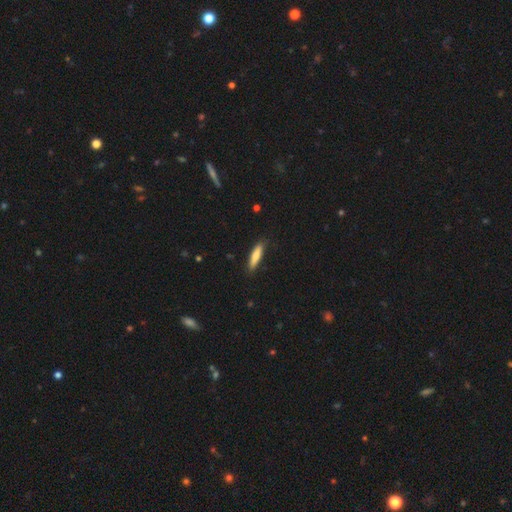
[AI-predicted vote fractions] smooth-or-featured: smooth: 76% | featured or disk: 18% | star or artifact: 6%
  how-rounded: cigar-shaped: 78% | in between: 20% | round: 1%
  merging: none: 85% | minor disturbance: 12% | major disturbance: 2% | merger: 1%